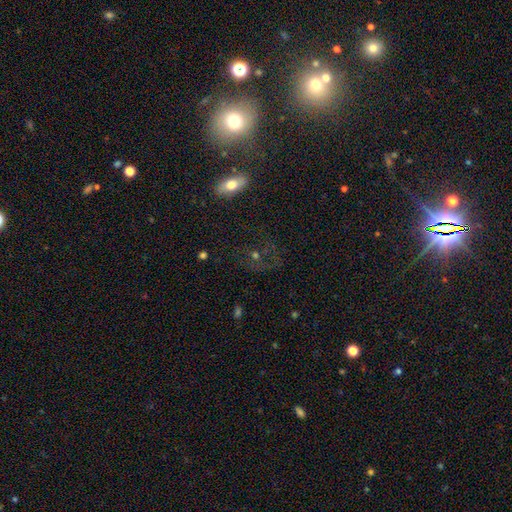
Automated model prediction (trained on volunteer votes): smooth-or-featured: smooth: 37% | star or artifact: 33% | featured or disk: 30%
  merging: none: 60% | major disturbance: 18% | minor disturbance: 14% | merger: 8%